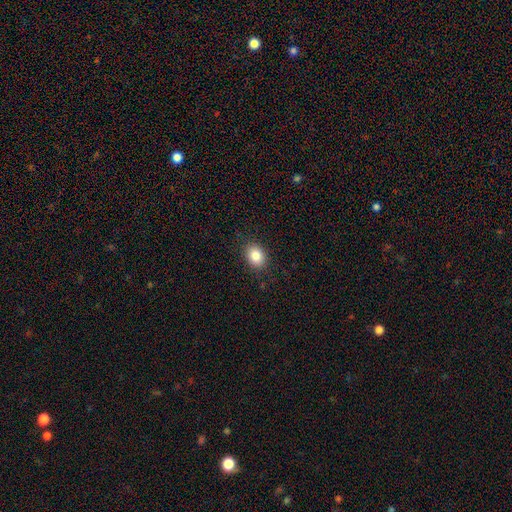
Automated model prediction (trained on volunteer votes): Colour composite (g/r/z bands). It shows a smooth galaxy with no disk features (85%) that is in between round and cigar-shaped (62%). Merging: none (87%).